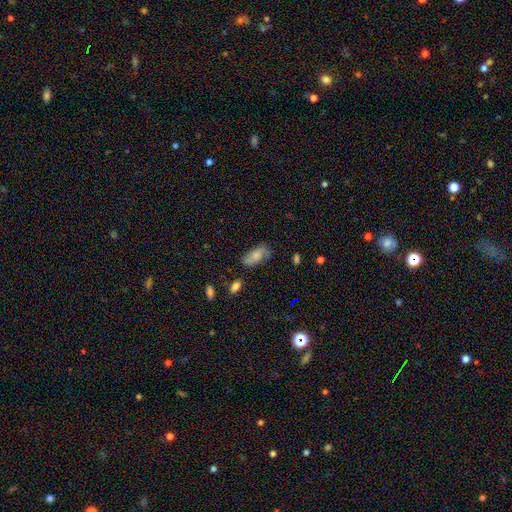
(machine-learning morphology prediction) This is possibly a smooth galaxy (55%). How rounded: clearly in between (88%). Merging: likely none (68%).